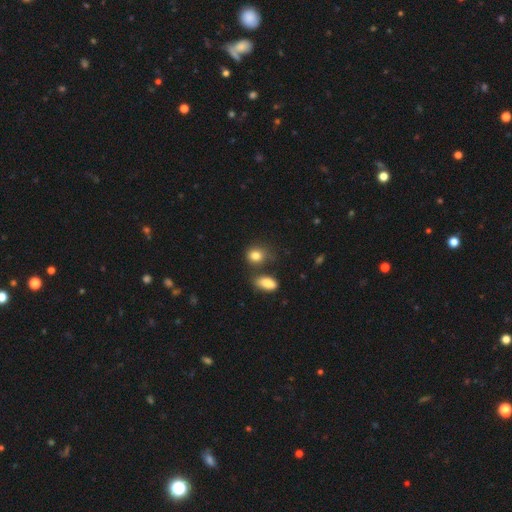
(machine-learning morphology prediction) A smooth galaxy with no disk features (83%) that is round (55%). Merging: none (60%).